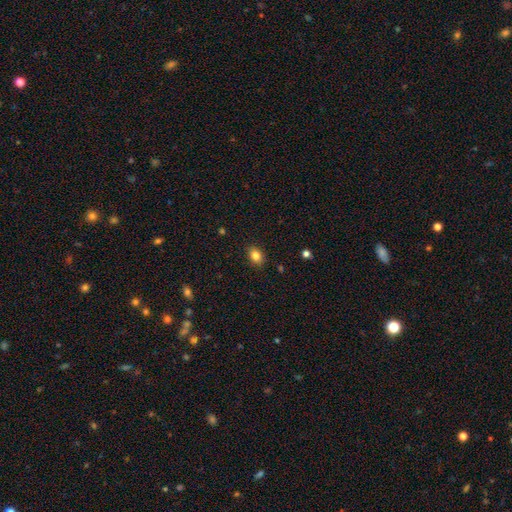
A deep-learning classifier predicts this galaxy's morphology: This is clearly a smooth galaxy (84%). How rounded: likely in between (72%). Merging: clearly none (88%).